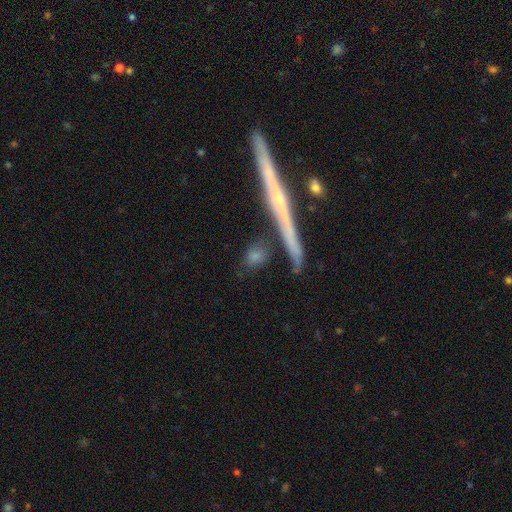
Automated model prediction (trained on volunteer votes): The model was most divided on "how rounded": round: 37%, in between: 35%, cigar-shaped: 28%. More confident: smooth or featured — smooth (68%); merging — none (67%).